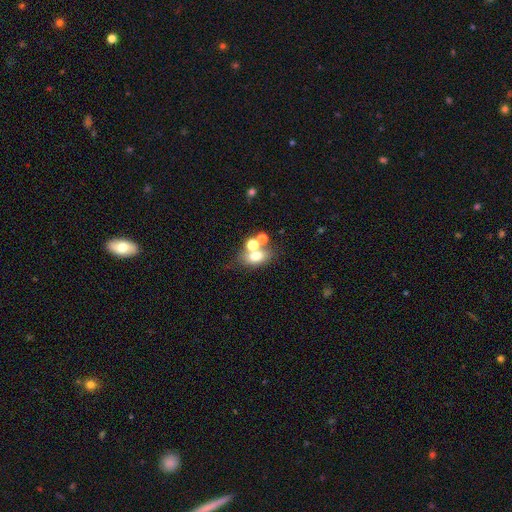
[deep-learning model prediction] This is likely a smooth galaxy (66%). How rounded: likely in between (65%). Merging: possibly none (48%).